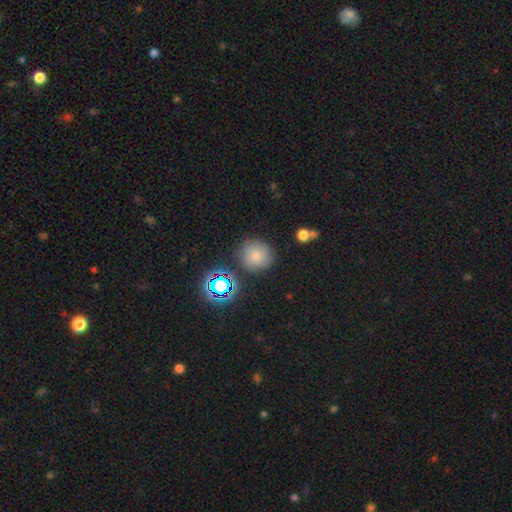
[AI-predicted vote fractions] Smooth or featured: smooth — 73% (star or artifact — 17%)
How rounded: round — 91% (in between — 8%)
Merging: none — 81% (minor disturbance — 11%)